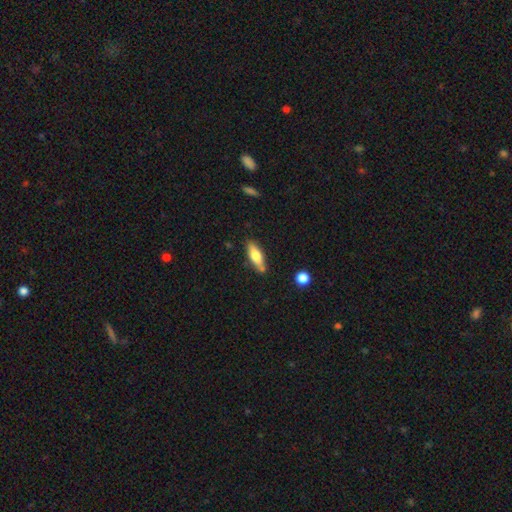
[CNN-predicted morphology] smooth-or-featured: smooth: 65% | featured or disk: 28% | star or artifact: 6%
  how-rounded: in between: 56% | cigar-shaped: 41% | round: 2%
  merging: none: 77% | minor disturbance: 15% | merger: 5% | major disturbance: 3%